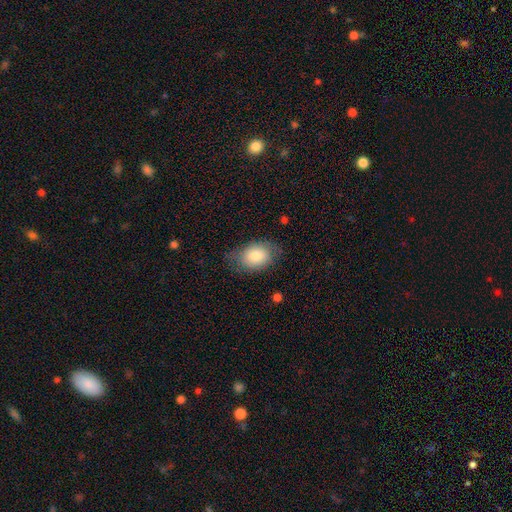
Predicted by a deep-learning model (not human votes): This is clearly a smooth galaxy (82%). How rounded: clearly in between (81%). Merging: likely none (68%).